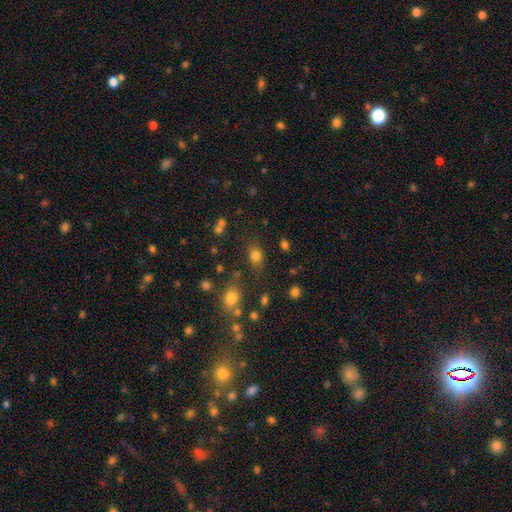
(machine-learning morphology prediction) Smooth or featured? smooth (76%)
How rounded? in between (65%)
Merging? none (70%)